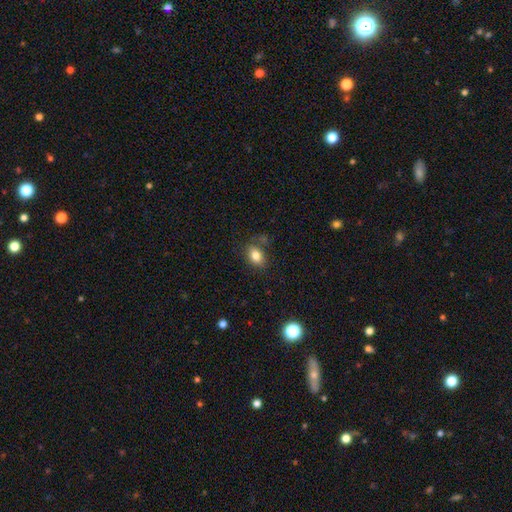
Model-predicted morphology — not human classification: smooth_or_featured: smooth (p=0.81) [alt: star or artifact p=0.10]
how_rounded: in between (p=0.79) [alt: round p=0.20]
merging: none (p=0.73) [alt: minor disturbance p=0.16]